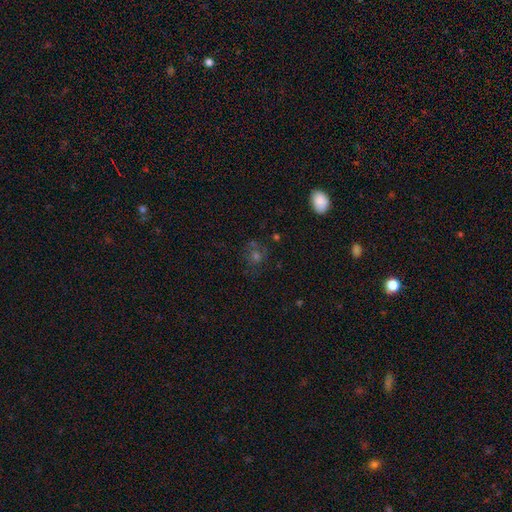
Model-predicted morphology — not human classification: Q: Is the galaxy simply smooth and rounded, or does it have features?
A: smooth — 44%.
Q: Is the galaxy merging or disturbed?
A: none — 70%.